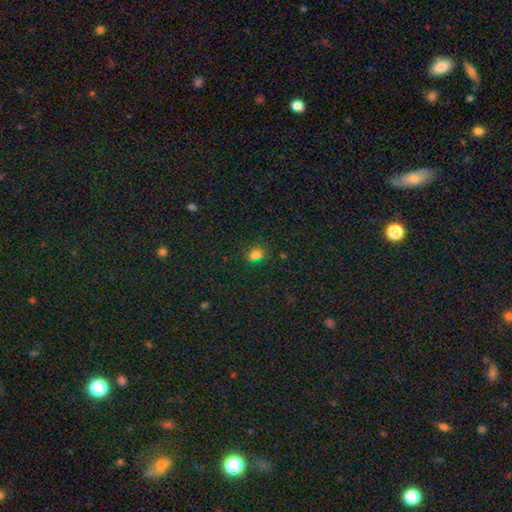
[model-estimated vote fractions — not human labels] This is likely a smooth galaxy (72%). How rounded: possibly round (52%). Merging: likely none (76%).